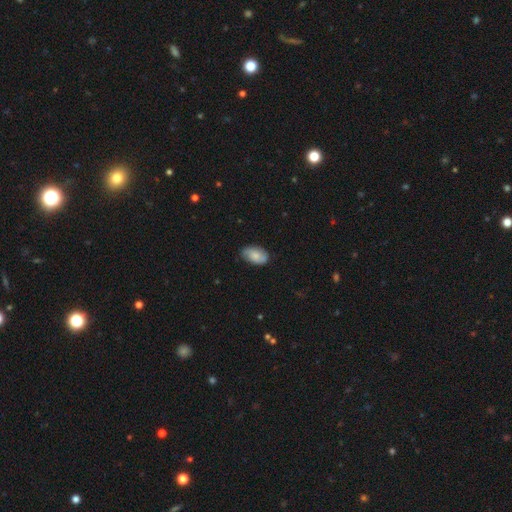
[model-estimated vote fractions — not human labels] Smooth or featured: smooth — 64% (featured or disk — 28%)
How rounded: in between — 92% (round — 6%)
Merging: none — 76% (minor disturbance — 20%)